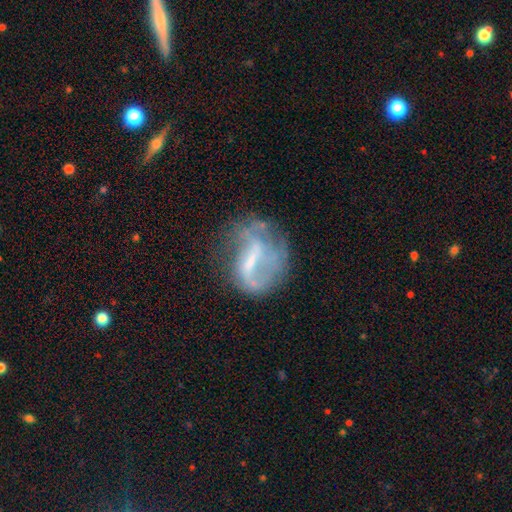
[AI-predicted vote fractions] featured or disk 67%, smooth 23%, star or artifact 11%. Down the decision tree: edge-on disk — no (96%); bar — weak (41%); spiral arms — yes (57%); bulge size — small (37%); merging — none (44%).